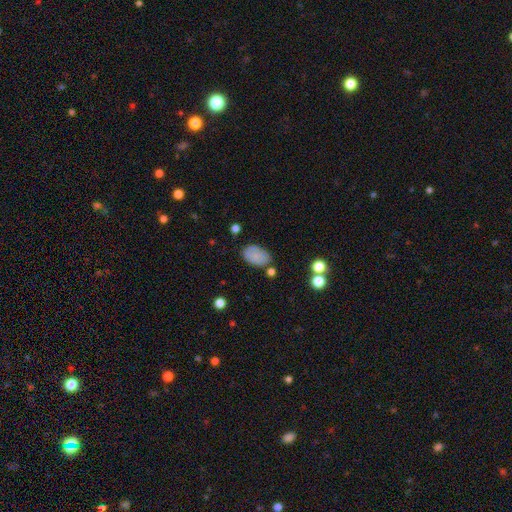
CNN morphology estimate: Overall: smooth (77%). How rounded: in between (92%). Merging: none (71%).